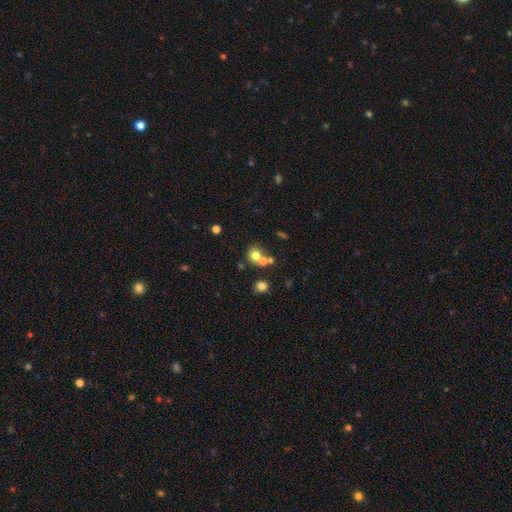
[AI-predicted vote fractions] Morphology: type=smooth (70%); roundness=round (81%); merging=none (48%).